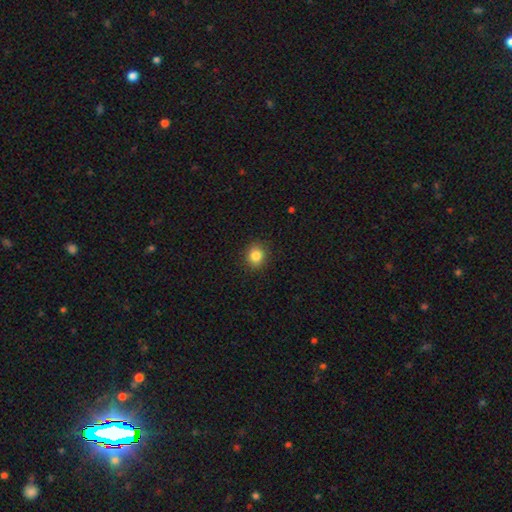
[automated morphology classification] smooth-or-featured: smooth: 84% | star or artifact: 11% | featured or disk: 5%
  how-rounded: round: 79% | in between: 20% | cigar-shaped: 1%
  merging: none: 90% | minor disturbance: 7% | major disturbance: 2% | merger: 1%